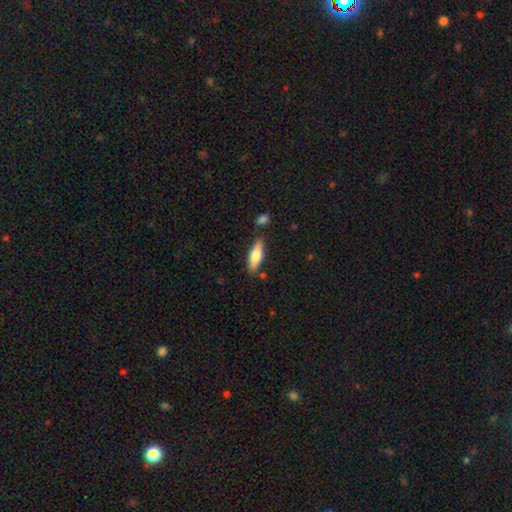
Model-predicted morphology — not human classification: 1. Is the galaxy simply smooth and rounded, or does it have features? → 68% smooth, 27% featured or disk, 6% star or artifact.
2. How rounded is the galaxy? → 52% in between, 46% cigar-shaped, 2% round.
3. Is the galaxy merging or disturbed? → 81% none, 12% minor disturbance, 5% merger, 3% major disturbance.